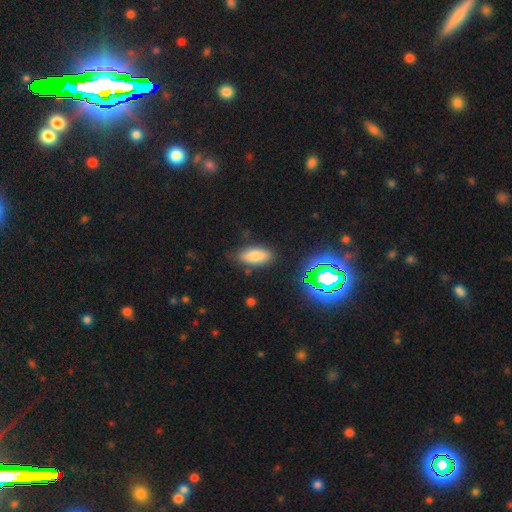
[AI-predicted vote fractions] Morphology: type=smooth (78%); roundness=in between (83%); merging=none (80%).